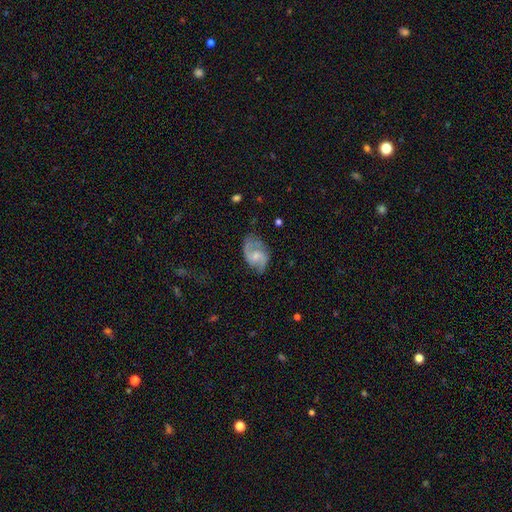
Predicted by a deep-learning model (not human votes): Smooth or featured? Predicted: featured or disk (p=0.70). Edge-on disk? Predicted: no (p=0.97). Bar? Predicted: no (p=0.53). Spiral arms? Predicted: yes (p=0.91). Spiral winding? Predicted: medium (p=0.44). Spiral arm count? Predicted: 2 (p=0.85). Bulge size? Predicted: small (p=0.51). Merging? Predicted: none (p=0.60).